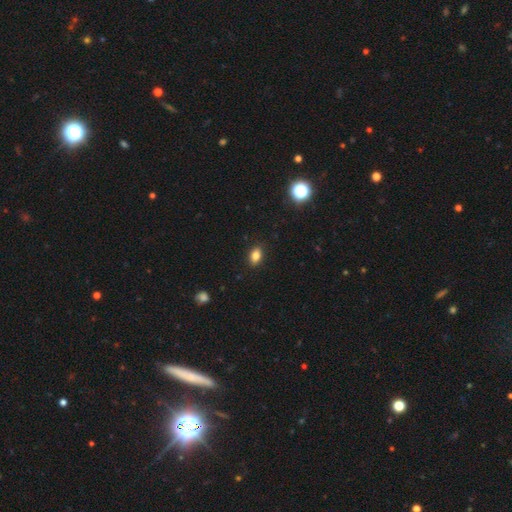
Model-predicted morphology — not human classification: Smooth or featured: smooth — 82% (star or artifact — 10%)
How rounded: in between — 84% (round — 14%)
Merging: none — 88% (minor disturbance — 9%)